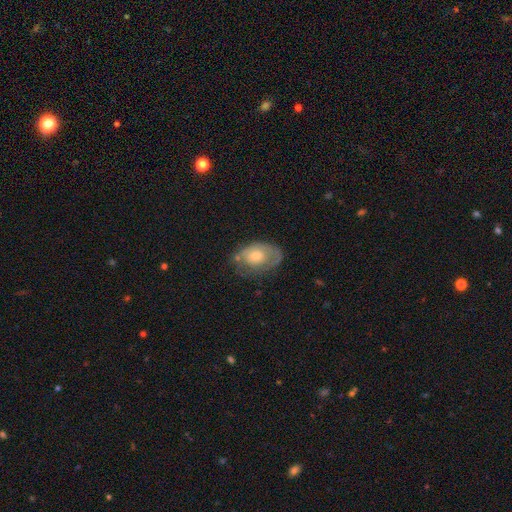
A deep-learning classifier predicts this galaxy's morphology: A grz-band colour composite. It shows a featured or disk galaxy (51%). Merging: none (56%).